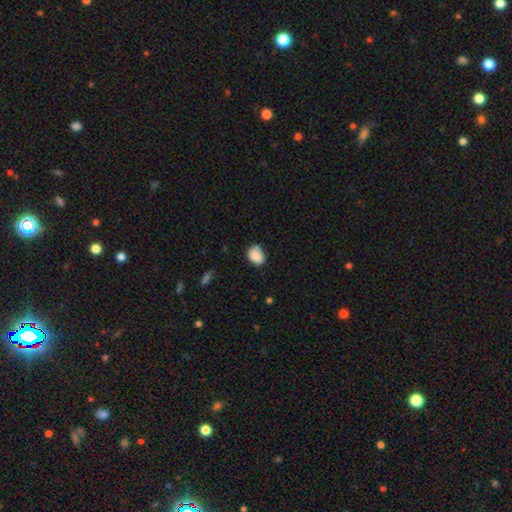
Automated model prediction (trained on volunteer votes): This is clearly a smooth galaxy (86%). How rounded: likely in between (67%). Merging: likely none (66%).